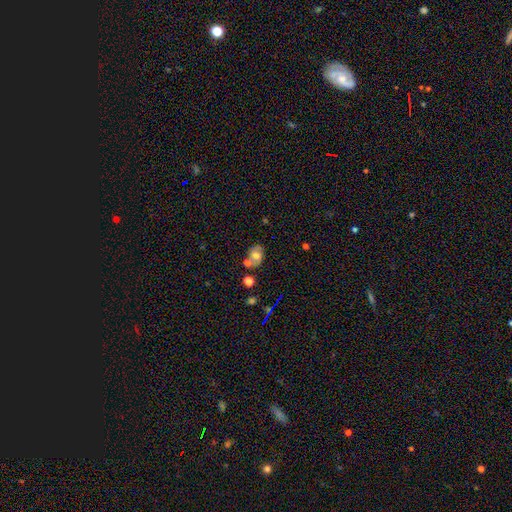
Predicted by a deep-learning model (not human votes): A smooth galaxy with no disk features (52%) that is in between round and cigar-shaped (54%).

Vote fractions:
- Smooth or featured? smooth: 52% / featured or disk: 35% / star or artifact: 13%
- How rounded? in between: 54% / round: 45% / cigar-shaped: 1%
- Merging? none: 61% / merger: 18% / minor disturbance: 17% / major disturbance: 5%